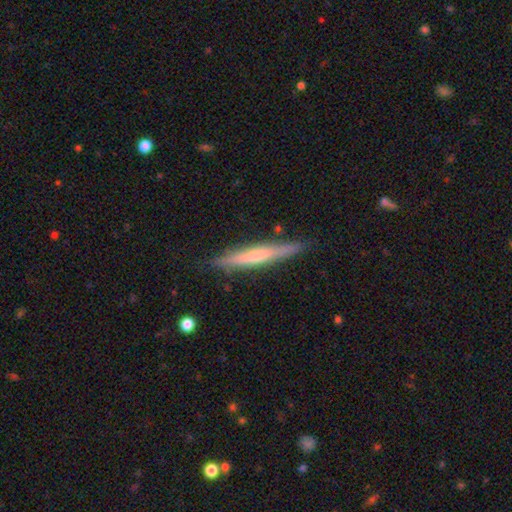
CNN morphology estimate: The model was most divided on "smooth or featured": featured or disk: 48%, smooth: 46%, star or artifact: 6%. More confident: merging — none (86%).